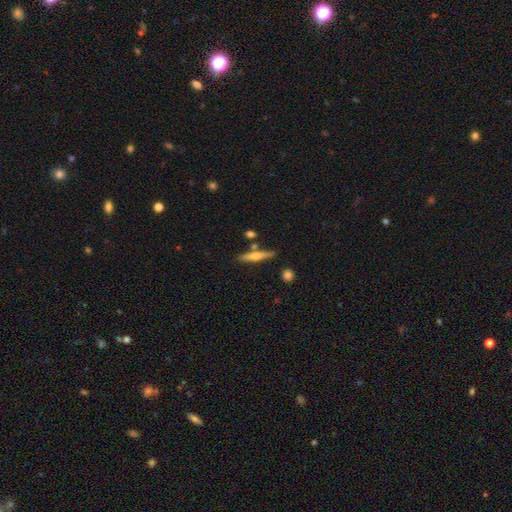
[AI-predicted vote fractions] smooth_or_featured: featured or disk (p=0.55) [alt: smooth p=0.39]
disk_edge_on: yes (p=0.95) [alt: no p=0.05]
edge_on_bulge: rounded (p=0.88) [alt: none p=0.08]
merging: none (p=0.80) [alt: minor disturbance p=0.10]